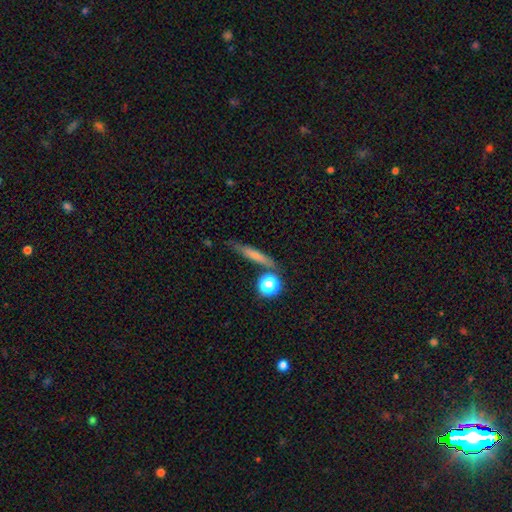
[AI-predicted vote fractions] Morphology: type=smooth (64%); roundness=cigar-shaped (79%); merging=none (73%).